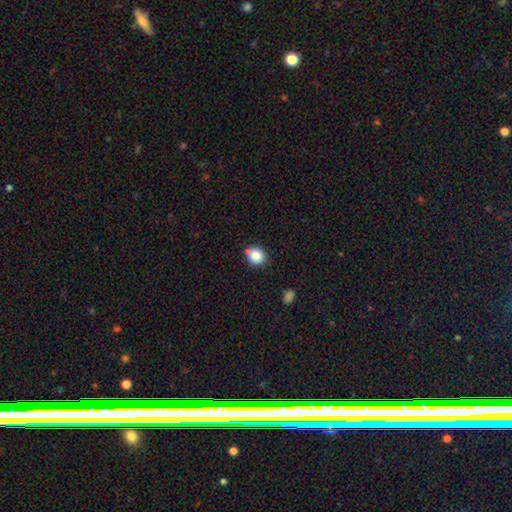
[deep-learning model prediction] Q: Smooth or featured?
A: smooth (86%); runner-up: star or artifact (9%)
Q: How rounded?
A: round (78%); runner-up: in between (21%)
Q: Merging?
A: none (68%); runner-up: minor disturbance (20%)